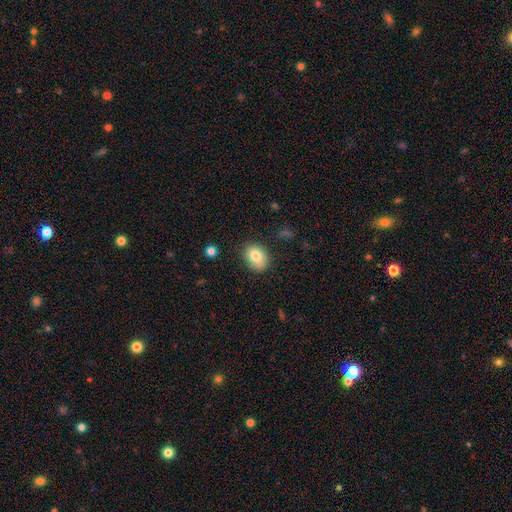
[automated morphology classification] smooth-or-featured: smooth: 81% | featured or disk: 10% | star or artifact: 9%
  how-rounded: in between: 63% | round: 36% | cigar-shaped: 1%
  merging: none: 75% | minor disturbance: 19% | major disturbance: 4% | merger: 2%